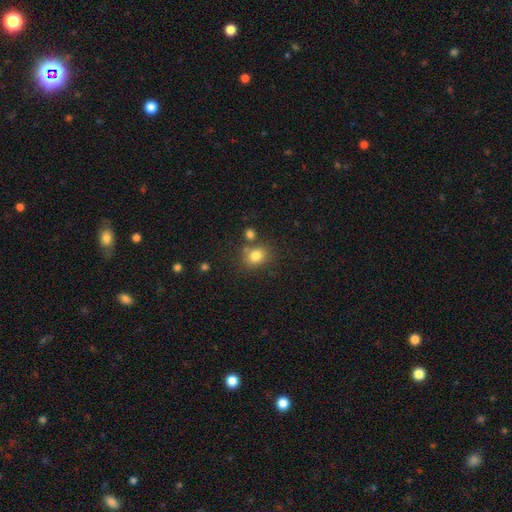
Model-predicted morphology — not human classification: smooth-or-featured: smooth: 80% | star or artifact: 12% | featured or disk: 8%
  how-rounded: round: 57% | in between: 42% | cigar-shaped: 1%
  merging: none: 69% | merger: 15% | minor disturbance: 12% | major disturbance: 4%